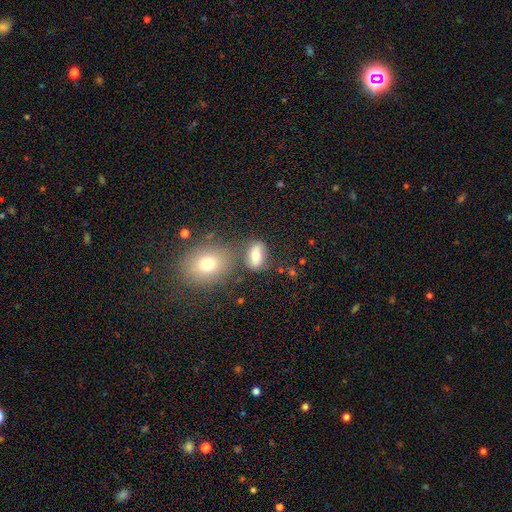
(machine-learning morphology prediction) This appears to be a smooth galaxy with no disk features (68%) that is in between round and cigar-shaped (79%). Merging: none (63%).